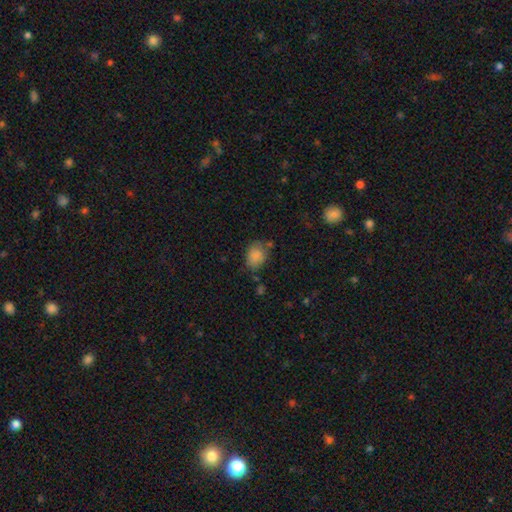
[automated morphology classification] This is clearly a smooth galaxy (83%). How rounded: likely in between (61%). Merging: likely none (60%).